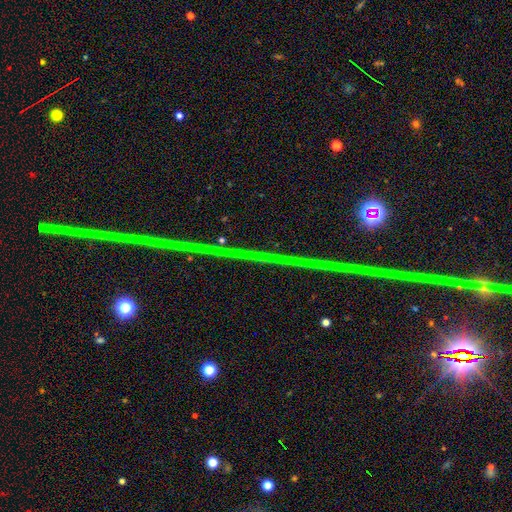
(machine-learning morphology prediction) Smooth or featured: star or artifact — 86% (featured or disk — 9%)